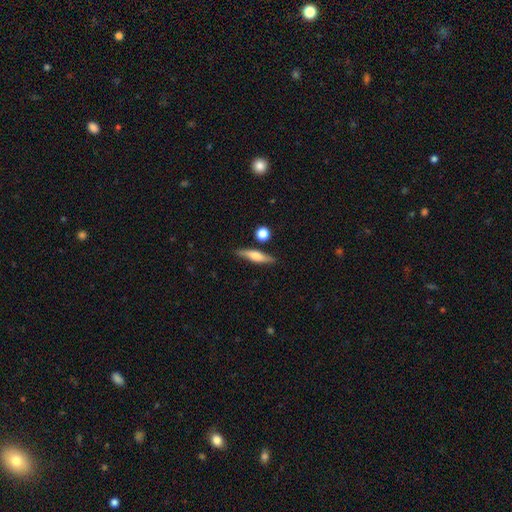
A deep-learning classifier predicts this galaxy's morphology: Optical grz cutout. It shows a smooth galaxy with no disk features (55%) that is cigar-shaped (76%). Merging: none (80%).